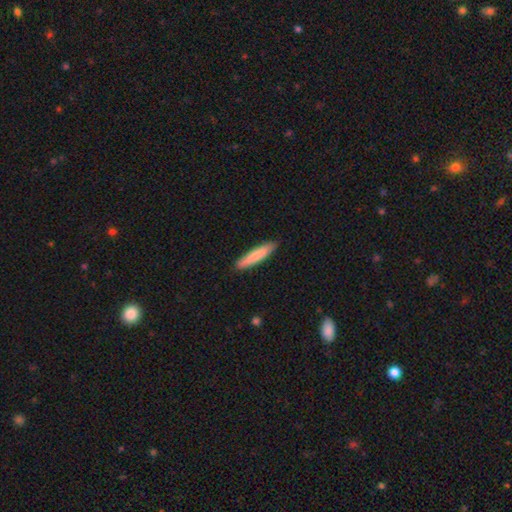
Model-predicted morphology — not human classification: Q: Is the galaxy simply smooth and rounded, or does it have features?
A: smooth — 82%.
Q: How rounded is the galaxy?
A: cigar-shaped — 88%.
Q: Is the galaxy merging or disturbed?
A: none — 89%.